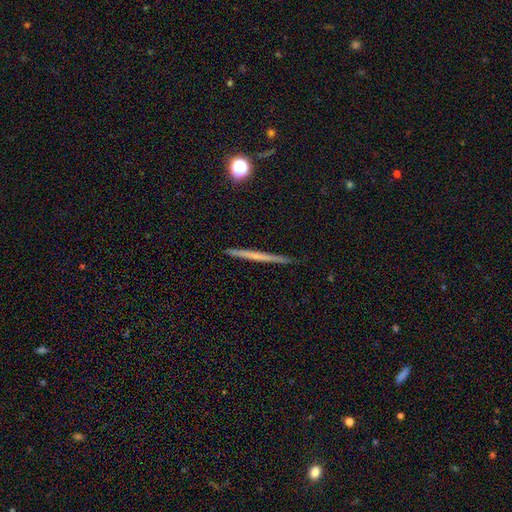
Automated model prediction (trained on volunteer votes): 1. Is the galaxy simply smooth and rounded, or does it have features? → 51% featured or disk, 41% smooth, 8% star or artifact.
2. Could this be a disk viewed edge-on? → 97% yes, 3% no.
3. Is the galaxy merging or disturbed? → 91% none, 7% minor disturbance, 1% major disturbance, 1% merger.